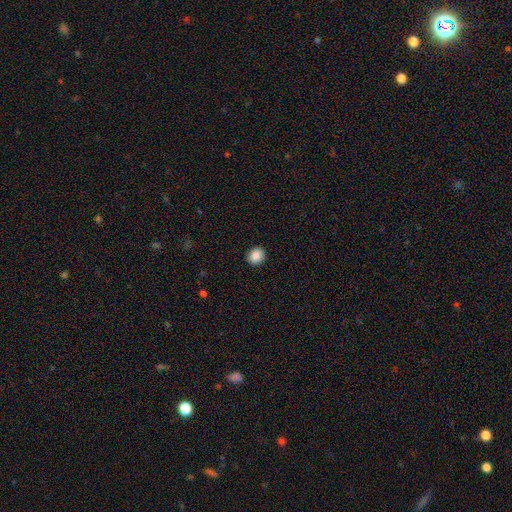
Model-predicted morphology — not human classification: The model was most divided on "how rounded": round: 79%, in between: 20%, cigar-shaped: 1%. More confident: merging — none (91%); smooth or featured — smooth (87%).